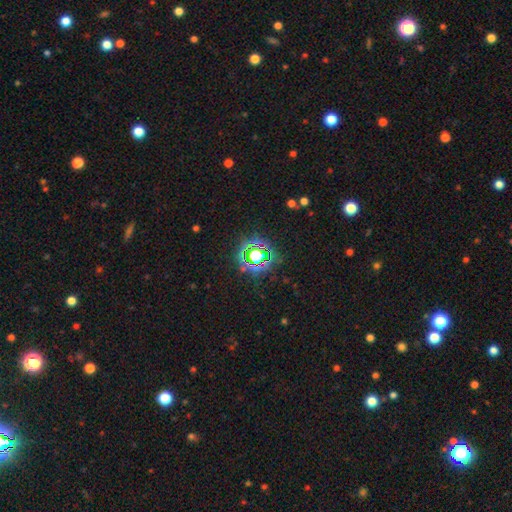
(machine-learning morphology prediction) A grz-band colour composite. It shows a star or artifact, not a galaxy (68%).